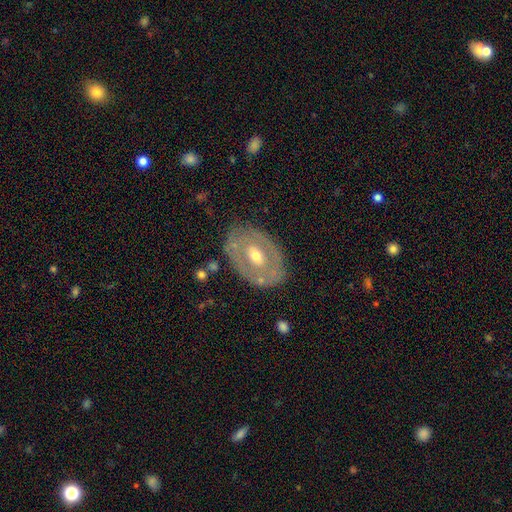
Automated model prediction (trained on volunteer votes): Smooth or featured: featured or disk — 59% (smooth — 35%)
Edge-on disk: no — 91% (yes — 9%)
Bar: no — 64% (weak — 26%)
Spiral arms: no — 84% (yes — 16%)
Bulge size: moderate — 66% (small — 27%)
Merging: none — 76% (minor disturbance — 16%)